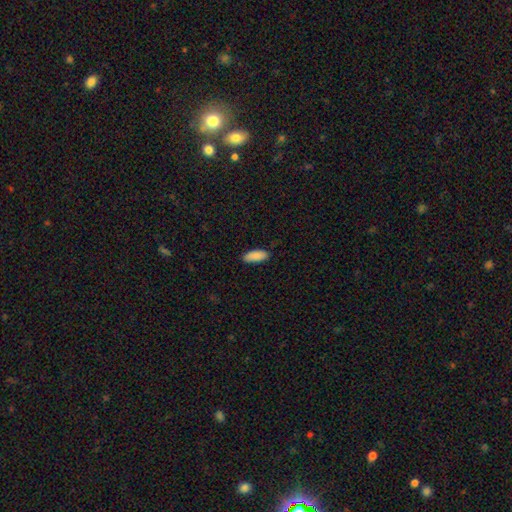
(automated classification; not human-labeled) A smooth galaxy with no disk features (90%) that is in between round and cigar-shaped (81%). Merging: none (86%).